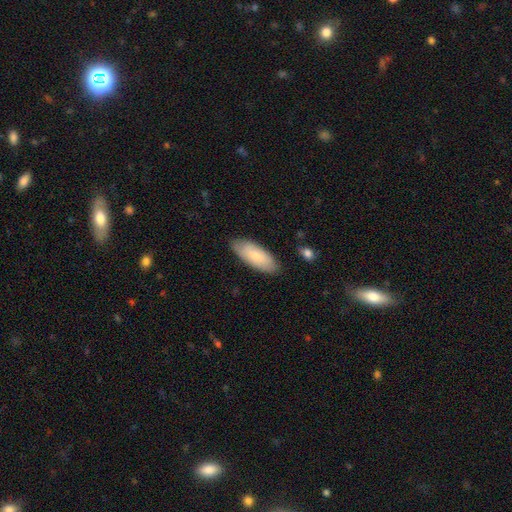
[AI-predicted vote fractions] Q: Smooth or featured?
A: smooth (80%); runner-up: featured or disk (15%)
Q: How rounded?
A: in between (81%); runner-up: cigar-shaped (17%)
Q: Merging?
A: none (84%); runner-up: minor disturbance (13%)